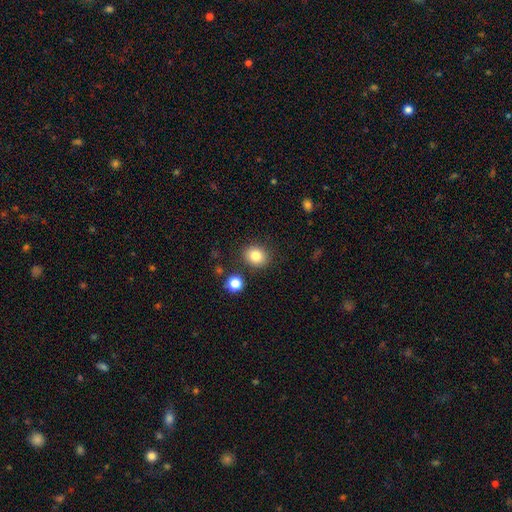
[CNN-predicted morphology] type=smooth (83%); roundness=round (71%); merging=none (86%).